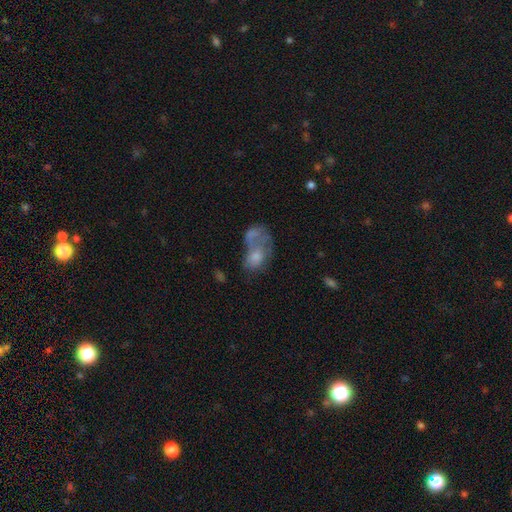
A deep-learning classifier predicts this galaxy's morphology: type=smooth (50%); merging=merger (49%).